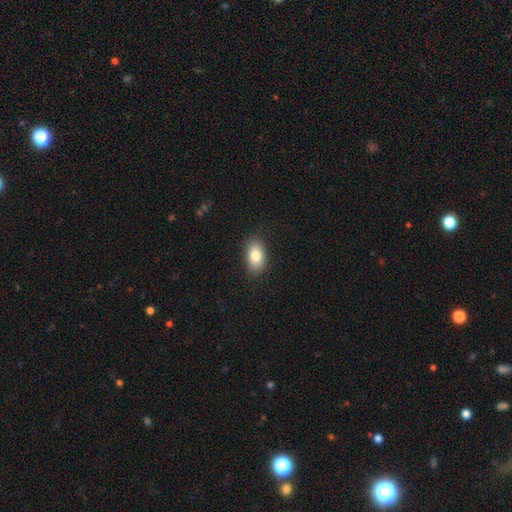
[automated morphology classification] Smooth or featured? Predicted: smooth (p=0.82). How rounded? Predicted: in between (p=0.90). Merging? Predicted: none (p=0.88).